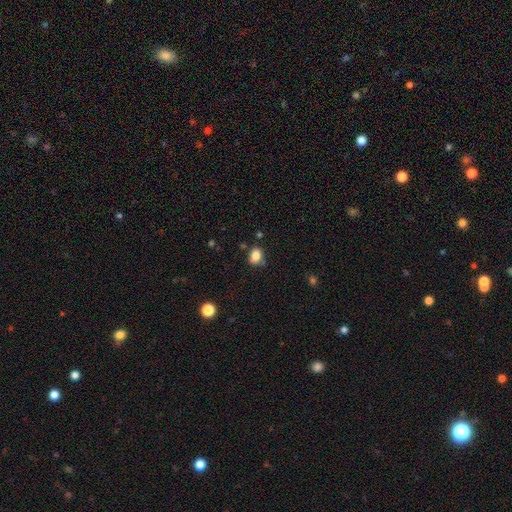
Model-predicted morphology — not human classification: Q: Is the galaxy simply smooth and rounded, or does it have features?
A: smooth — 83%.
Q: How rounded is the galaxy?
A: in between — 62%.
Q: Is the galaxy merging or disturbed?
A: none — 70%.